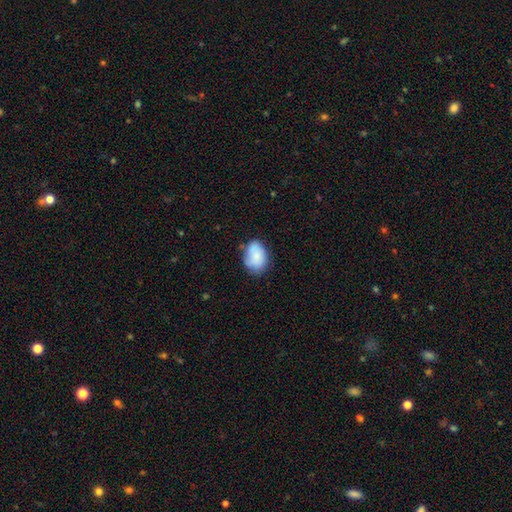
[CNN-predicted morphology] Smooth or featured: smooth — 80% (featured or disk — 13%)
How rounded: in between — 78% (round — 21%)
Merging: none — 63% (minor disturbance — 27%)